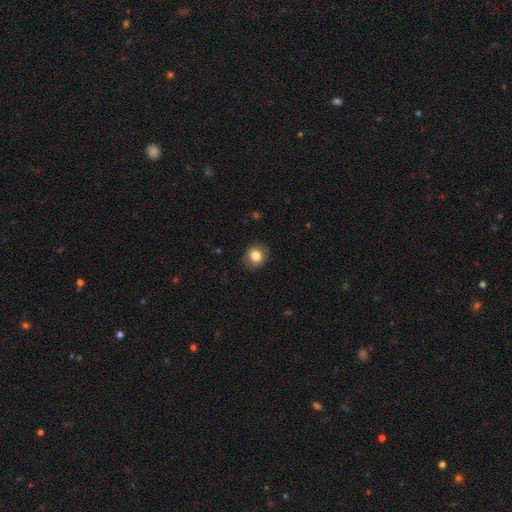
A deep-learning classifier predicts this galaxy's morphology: smooth_or_featured: smooth (p=0.81) [alt: featured or disk p=0.10]
how_rounded: round (p=0.73) [alt: in between p=0.26]
merging: none (p=0.86) [alt: minor disturbance p=0.10]